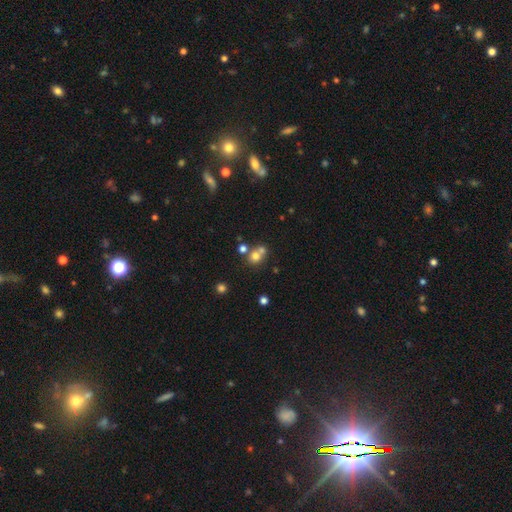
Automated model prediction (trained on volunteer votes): Q: Smooth or featured?
A: smooth (70%); runner-up: star or artifact (16%)
Q: How rounded?
A: round (81%); runner-up: in between (18%)
Q: Merging?
A: merger (47%); runner-up: none (42%)